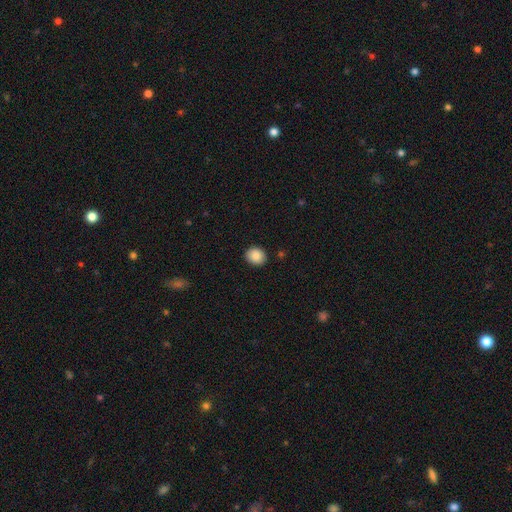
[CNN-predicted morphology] Smooth or featured? Predicted: smooth (p=0.89). How rounded? Predicted: round (p=0.69). Merging? Predicted: none (p=0.89).